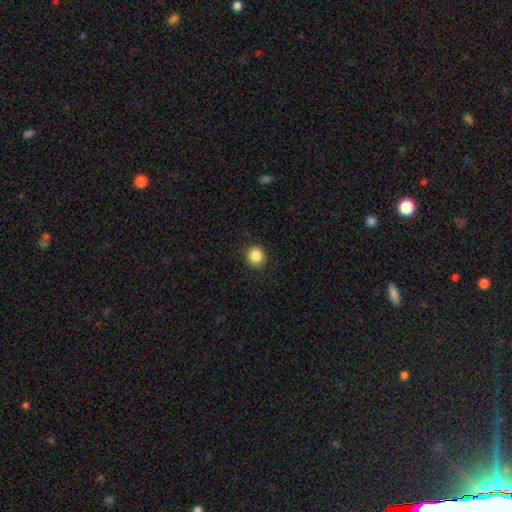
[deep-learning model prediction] Smooth or featured: smooth — 87% (star or artifact — 9%)
How rounded: round — 86% (in between — 13%)
Merging: none — 90% (minor disturbance — 7%)